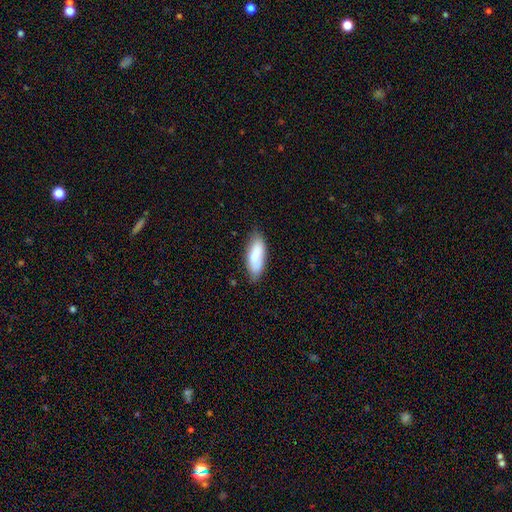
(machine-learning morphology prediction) type=smooth (78%); roundness=in between (76%); merging=none (76%).